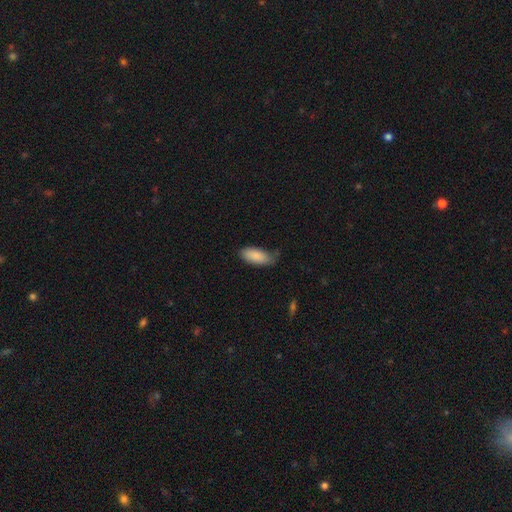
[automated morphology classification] Smooth or featured? Predicted: smooth (p=0.88). How rounded? Predicted: in between (p=0.84). Merging? Predicted: none (p=0.62).